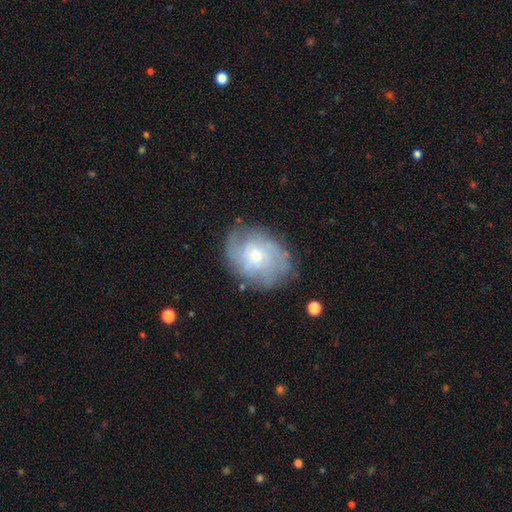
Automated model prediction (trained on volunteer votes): smooth-or-featured: featured or disk: 65% | smooth: 27% | star or artifact: 7%
  disk-edge-on: no: 96% | yes: 4%
    bar: no: 68% | weak: 28% | strong: 4%
    has-spiral-arms: yes: 84% | no: 16%
      spiral-winding: tight: 54% | medium: 33% | loose: 13%
      spiral-arm-count: can't tell: 50% | 2: 18% | 3: 13% | 4: 9% | more than 4: 5% | 1: 5%
    bulge-size: small: 49% | moderate: 45% | large: 3% | none: 2% | dominant: 1%
  merging: none: 74% | minor disturbance: 18% | major disturbance: 6% | merger: 1%